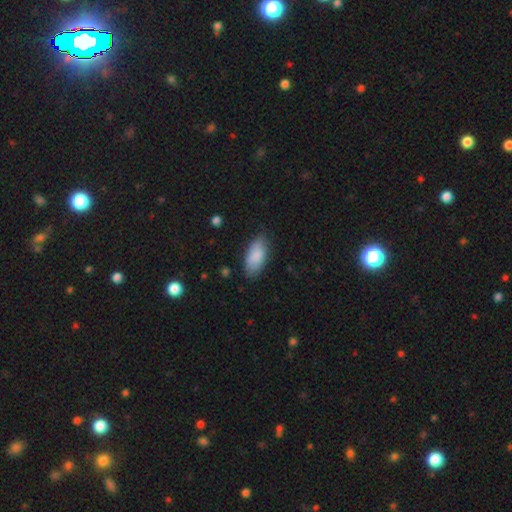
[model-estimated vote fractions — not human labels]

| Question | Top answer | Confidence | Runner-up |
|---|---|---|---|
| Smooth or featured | smooth | 86% | featured or disk (9%) |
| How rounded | in between | 90% | cigar-shaped (8%) |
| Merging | none | 78% | minor disturbance (17%) |